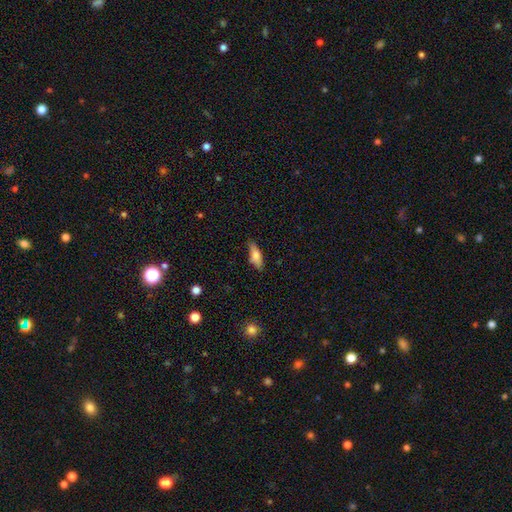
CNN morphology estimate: type=smooth (69%); roundness=in between (53%); merging=none (78%).